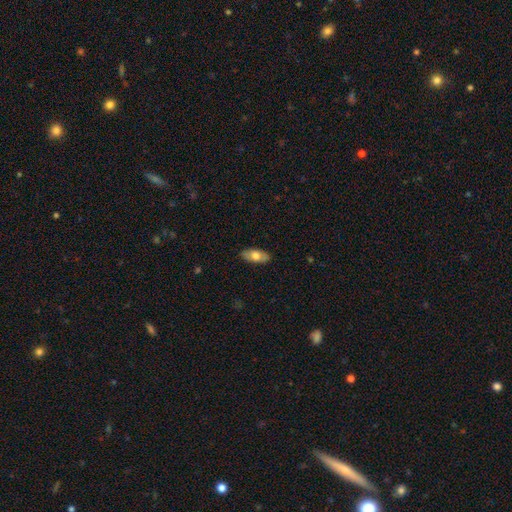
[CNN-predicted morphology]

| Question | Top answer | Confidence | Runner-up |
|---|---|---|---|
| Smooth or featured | smooth | 70% | featured or disk (25%) |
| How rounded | in between | 90% | cigar-shaped (7%) |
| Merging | none | 87% | minor disturbance (10%) |